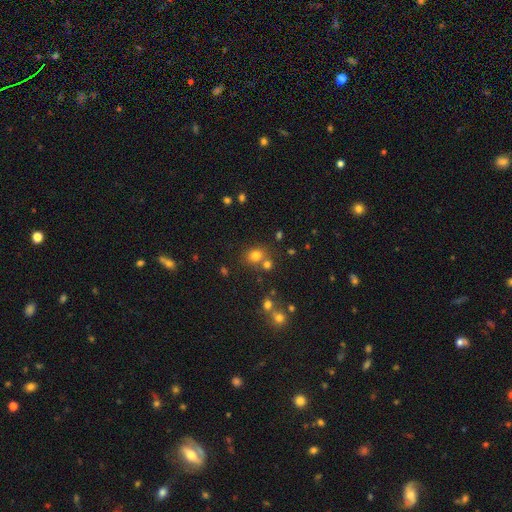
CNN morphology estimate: The model was most divided on "how rounded": round: 70%, in between: 29%, cigar-shaped: 1%. More confident: smooth or featured — smooth (75%); merging — none (65%).